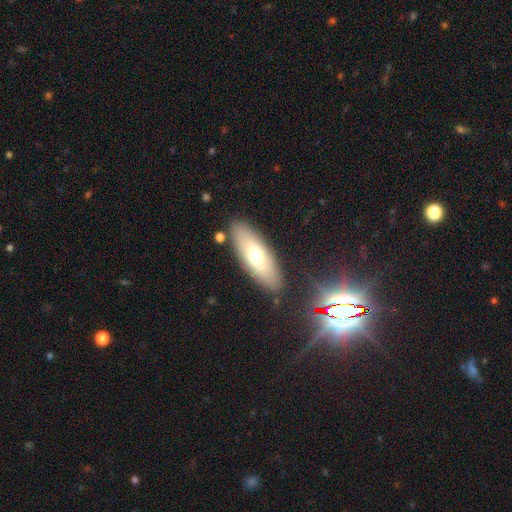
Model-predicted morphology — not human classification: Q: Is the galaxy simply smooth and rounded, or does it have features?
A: smooth — 62%.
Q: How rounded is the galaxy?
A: in between — 67%.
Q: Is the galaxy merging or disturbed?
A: none — 85%.